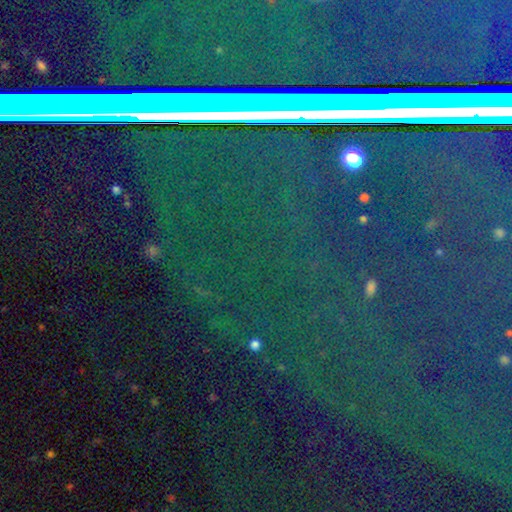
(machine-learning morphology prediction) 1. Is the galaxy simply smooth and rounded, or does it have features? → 83% star or artifact, 9% smooth, 8% featured or disk.